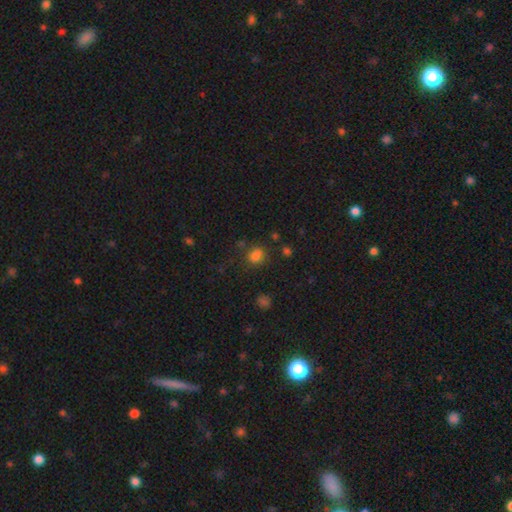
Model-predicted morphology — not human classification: Smooth or featured: smooth — 78% (star or artifact — 16%)
How rounded: round — 62% (in between — 37%)
Merging: none — 70% (minor disturbance — 17%)